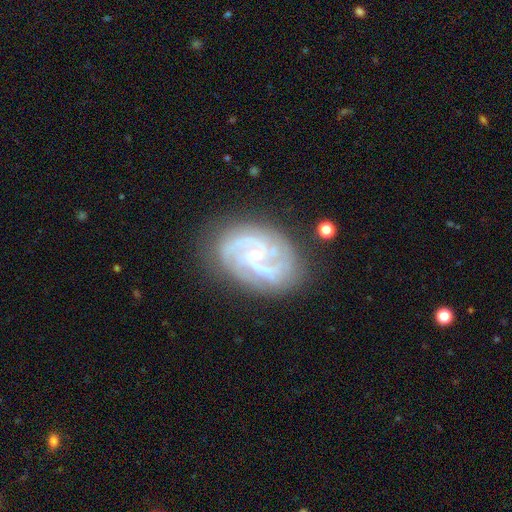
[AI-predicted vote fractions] featured or disk 87%, smooth 6%, star or artifact 6%. Down the decision tree: edge-on disk — no (97%); bar — no (54%); spiral arms — yes (97%); spiral arm count — 3 (35%); spiral winding — tight (52%); bulge size — small (78%); merging — none (76%).